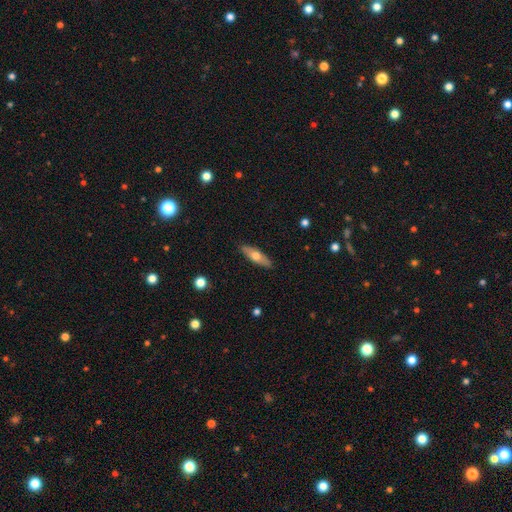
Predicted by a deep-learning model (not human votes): The model was most divided on "how rounded": cigar-shaped: 51%, in between: 46%, round: 3%. More confident: merging — none (89%); smooth or featured — smooth (55%).